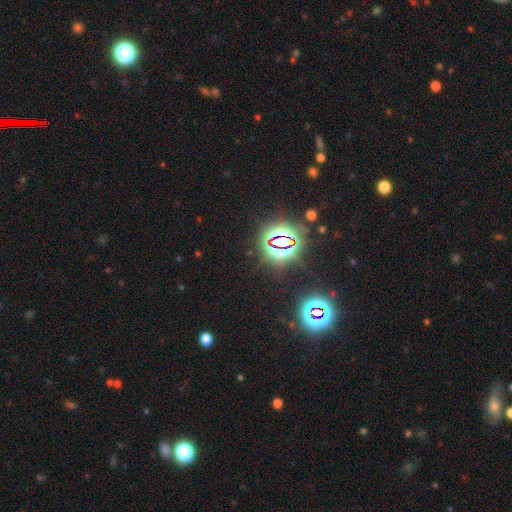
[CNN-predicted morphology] This appears to be a star or artifact, not a galaxy (82%).